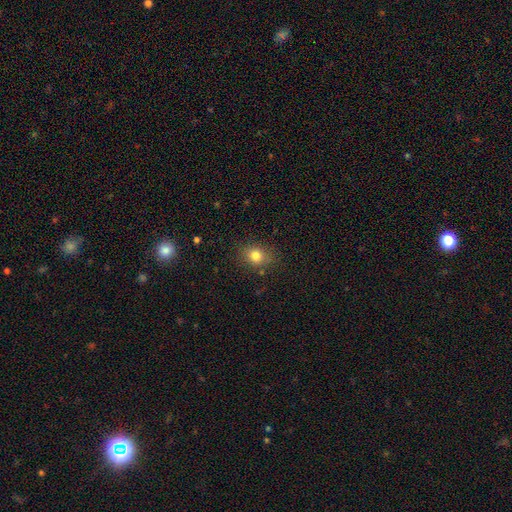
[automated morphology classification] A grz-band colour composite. It shows a smooth galaxy with no disk features (79%) that is round (56%). Merging: none (83%).